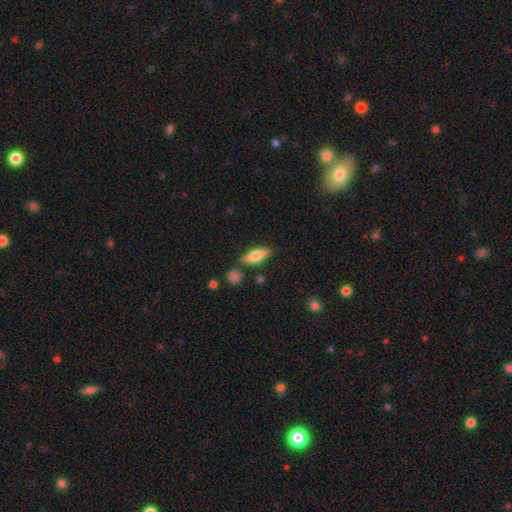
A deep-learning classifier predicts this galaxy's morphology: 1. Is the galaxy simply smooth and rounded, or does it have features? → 65% smooth, 28% featured or disk, 7% star or artifact.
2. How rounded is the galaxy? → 64% in between, 33% cigar-shaped, 3% round.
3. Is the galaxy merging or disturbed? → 78% none, 13% minor disturbance, 5% merger, 3% major disturbance.